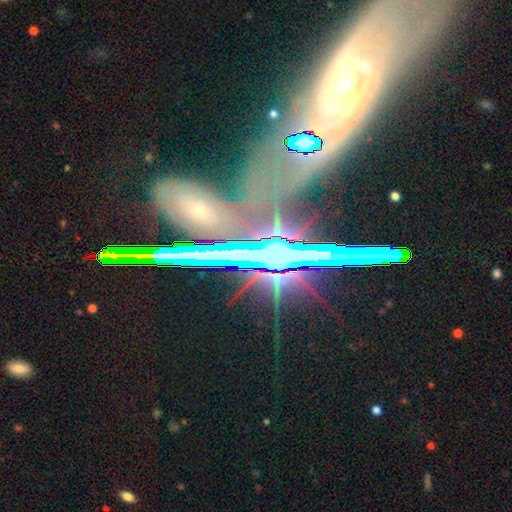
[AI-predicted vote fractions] Q: Smooth or featured?
A: featured or disk (49%); runner-up: star or artifact (35%)
Q: Merging?
A: none (65%); runner-up: merger (14%)